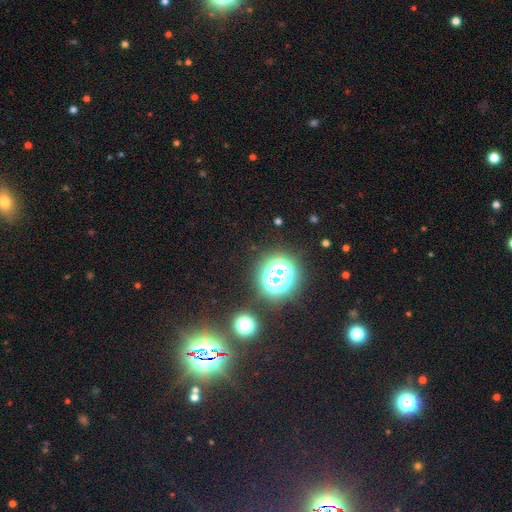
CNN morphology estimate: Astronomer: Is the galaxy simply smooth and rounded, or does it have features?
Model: star or artifact — 81%.